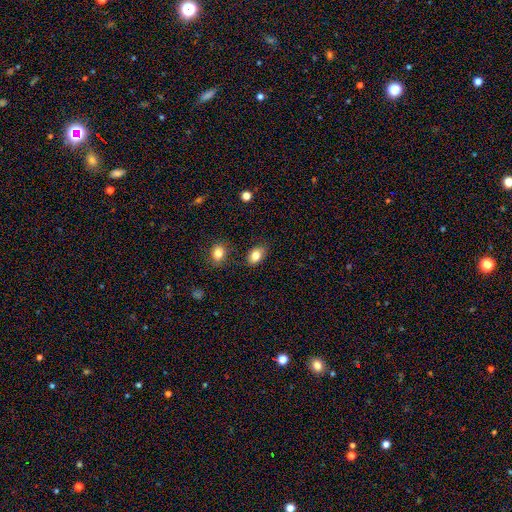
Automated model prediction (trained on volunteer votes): This appears to be a smooth galaxy with no disk features (83%) that is in between round and cigar-shaped (83%). Merging: none (81%).